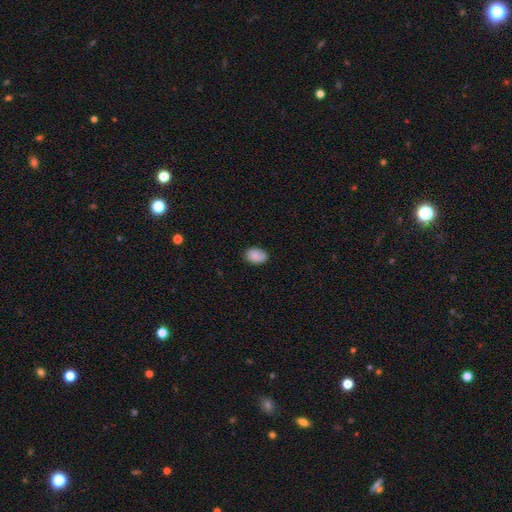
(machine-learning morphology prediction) Smooth or featured: smooth — 87% (star or artifact — 7%)
How rounded: in between — 84% (round — 15%)
Merging: none — 84% (minor disturbance — 13%)